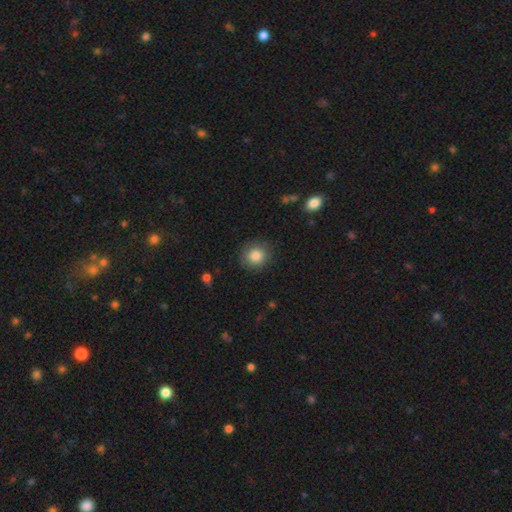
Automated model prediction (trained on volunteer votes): Smooth or featured? smooth (85%)
How rounded? round (87%)
Merging? none (86%)